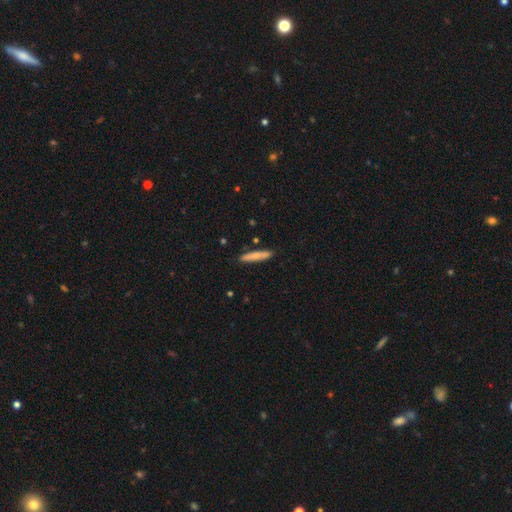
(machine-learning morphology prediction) A smooth galaxy with no disk features (75%) that is cigar-shaped (90%).

Vote fractions:
- Smooth or featured? smooth: 75% / featured or disk: 19% / star or artifact: 6%
- How rounded? cigar-shaped: 90% / in between: 9% / round: 1%
- Merging? none: 86% / minor disturbance: 10% / merger: 2% / major disturbance: 2%